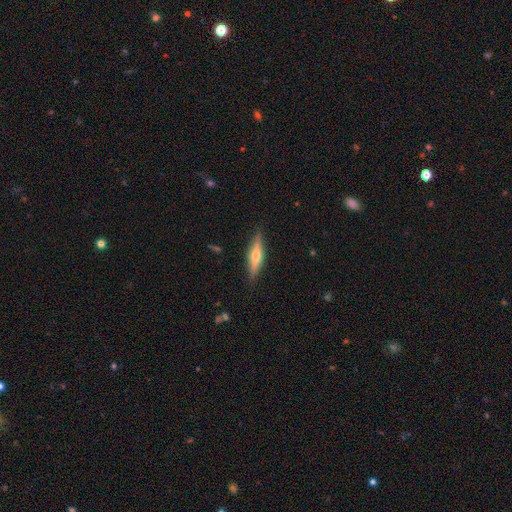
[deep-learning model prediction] Q: Smooth or featured?
A: featured or disk (51%); runner-up: smooth (43%)
Q: Edge-on disk?
A: yes (93%); runner-up: no (7%)
Q: Merging?
A: none (87%); runner-up: minor disturbance (10%)